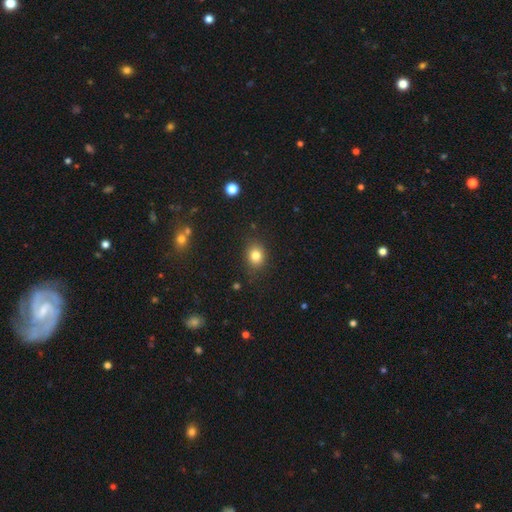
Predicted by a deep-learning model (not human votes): smooth-or-featured: smooth: 81% | star or artifact: 12% | featured or disk: 7%
  how-rounded: round: 59% | in between: 40% | cigar-shaped: 1%
  merging: none: 84% | minor disturbance: 11% | major disturbance: 3% | merger: 2%